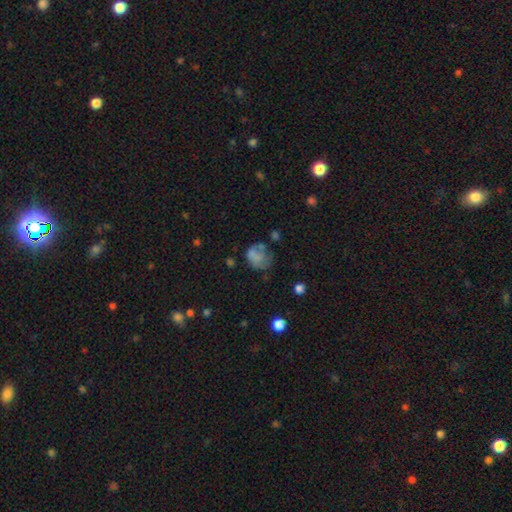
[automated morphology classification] Smooth or featured: smooth — 61% (featured or disk — 27%)
How rounded: round — 55% (in between — 44%)
Merging: none — 35% (major disturbance — 29%)